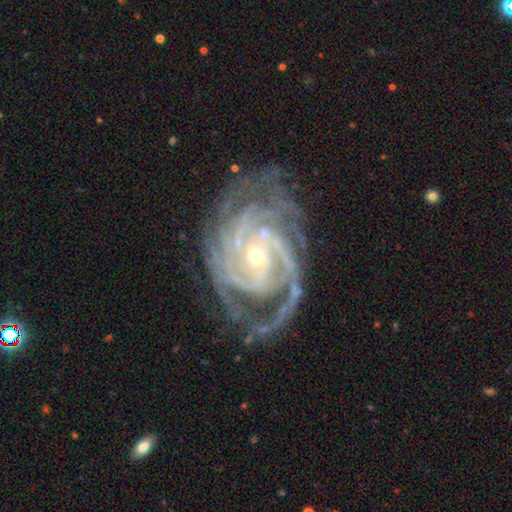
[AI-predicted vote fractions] Smooth or featured? featured or disk (92%)
Edge-on disk? no (97%)
Bar? no (61%)
Spiral arms? yes (98%)
Spiral winding? tight (71%)
Spiral arm count? 4 (24%)
Bulge size? small (71%)
Merging? none (69%)